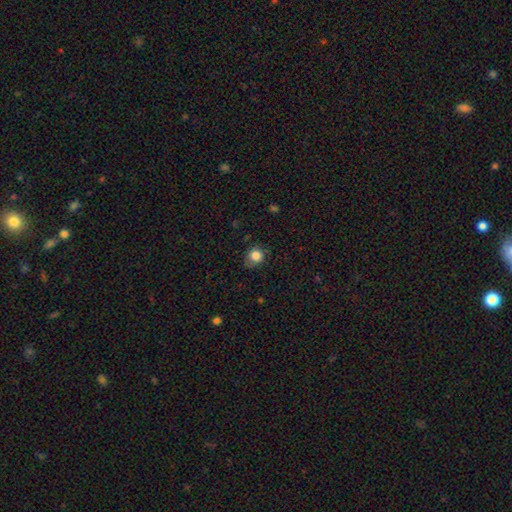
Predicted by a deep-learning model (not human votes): Morphology: type=smooth (83%); roundness=round (77%); merging=none (70%).